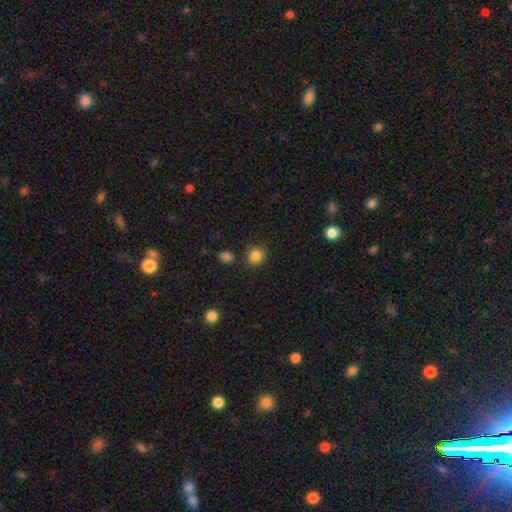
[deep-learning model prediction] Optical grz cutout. It shows a smooth galaxy with no disk features (85%) that is round (83%). Merging: none (83%).